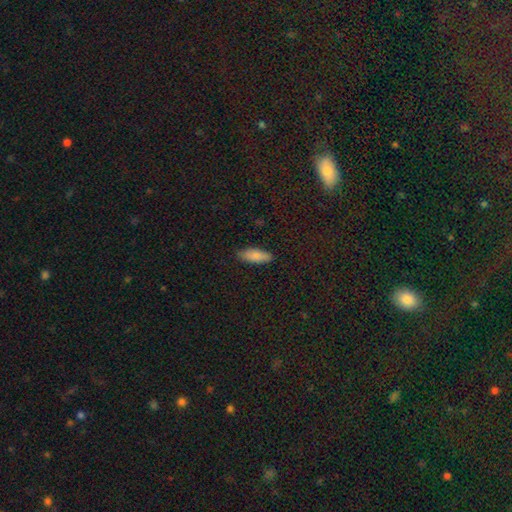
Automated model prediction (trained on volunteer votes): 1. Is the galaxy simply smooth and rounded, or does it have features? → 84% smooth, 9% featured or disk, 7% star or artifact.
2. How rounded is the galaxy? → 71% in between, 27% cigar-shaped, 2% round.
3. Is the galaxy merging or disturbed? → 86% none, 11% minor disturbance, 2% major disturbance, 1% merger.